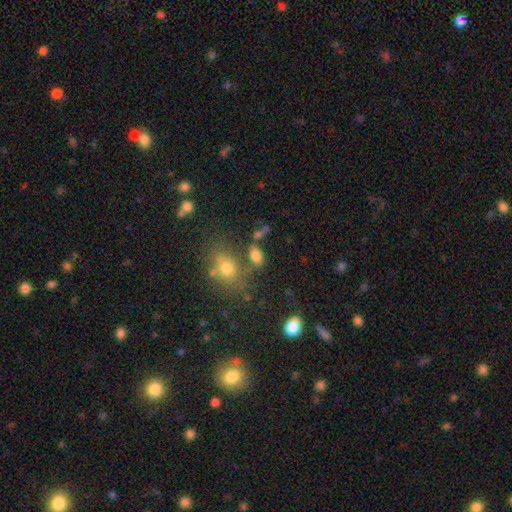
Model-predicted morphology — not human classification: Smooth or featured? smooth (75%)
How rounded? in between (82%)
Merging? none (57%)